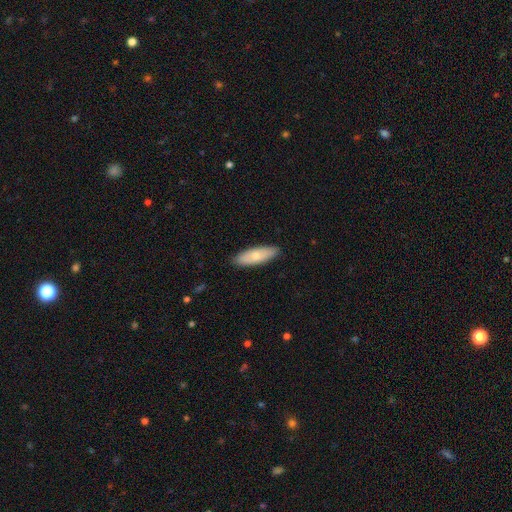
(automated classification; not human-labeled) Smooth or featured: smooth — 69% (featured or disk — 25%)
How rounded: in between — 59% (cigar-shaped — 39%)
Merging: none — 88% (minor disturbance — 9%)